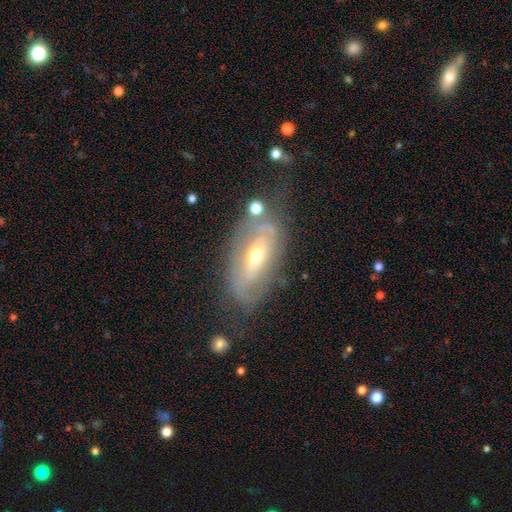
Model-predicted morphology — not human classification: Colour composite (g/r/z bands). It shows a featured or disk galaxy (74%) with no bar (50%), spiral arms (70%) and a moderate central bulge (61%). Merging: none (62%).